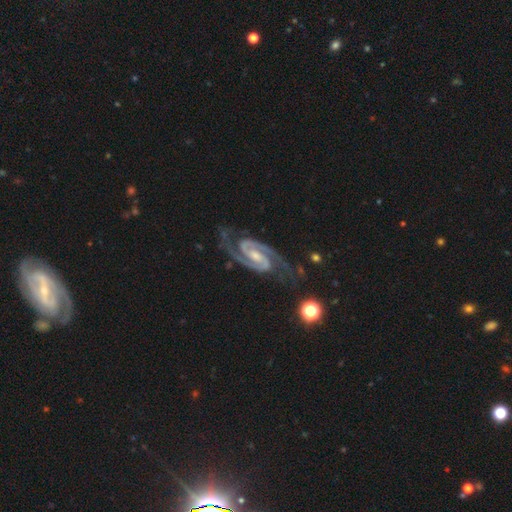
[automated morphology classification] Smooth or featured: featured or disk — 94% (star or artifact — 4%)
Edge-on disk: no — 98% (yes — 2%)
Bar: weak — 41% (strong — 32%)
Spiral arms: yes — 99% (no — 1%)
Spiral winding: medium — 48% (tight — 46%)
Spiral arm count: 2 — 94% (3 — 1%)
Bulge size: small — 46% (moderate — 44%)
Merging: none — 76% (minor disturbance — 16%)